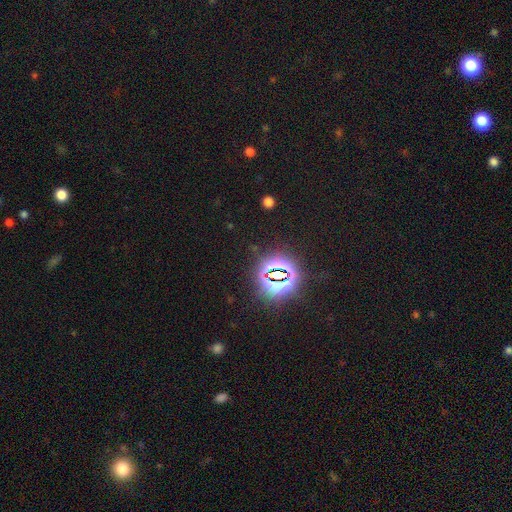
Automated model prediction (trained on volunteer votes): Morphology: type=star or artifact (81%).